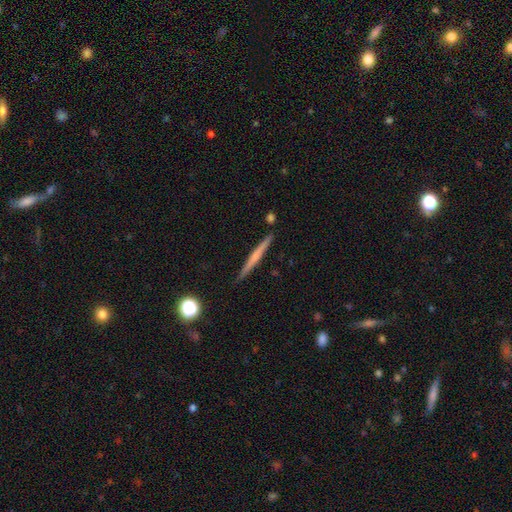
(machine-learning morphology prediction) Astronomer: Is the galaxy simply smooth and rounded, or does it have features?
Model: featured or disk — 53% (runner-up: smooth, 41%).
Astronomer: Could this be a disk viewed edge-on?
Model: yes — 98%.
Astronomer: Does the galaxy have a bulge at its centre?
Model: none — 60%.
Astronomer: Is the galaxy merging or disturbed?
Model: none — 90%.